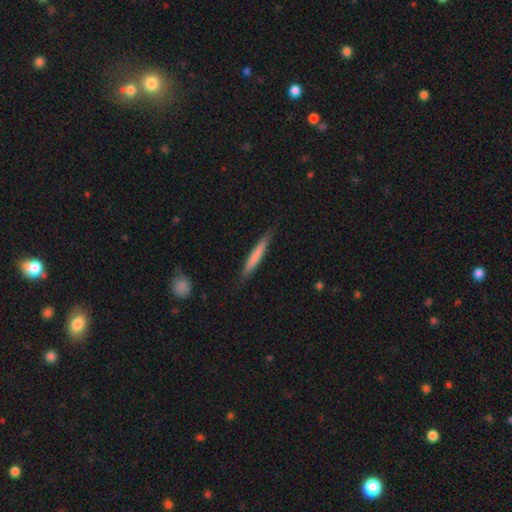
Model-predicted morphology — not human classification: Q: Smooth or featured?
A: smooth (70%); runner-up: featured or disk (25%)
Q: How rounded?
A: cigar-shaped (95%); runner-up: in between (4%)
Q: Merging?
A: none (86%); runner-up: minor disturbance (11%)